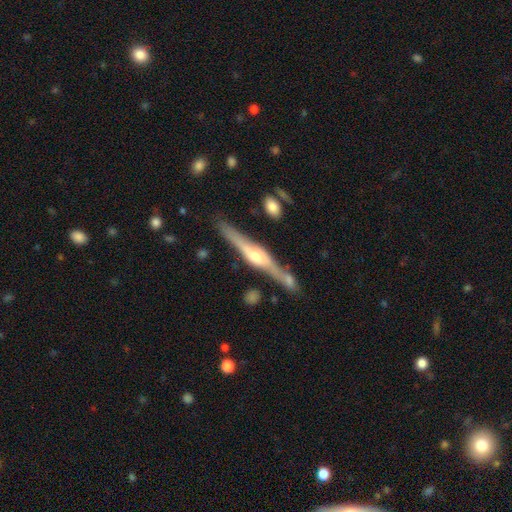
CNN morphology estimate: Smooth or featured? Predicted: featured or disk (p=0.81). Edge-on disk? Predicted: yes (p=0.97). Edge-on bulge? Predicted: rounded (p=0.86). Merging? Predicted: none (p=0.79).